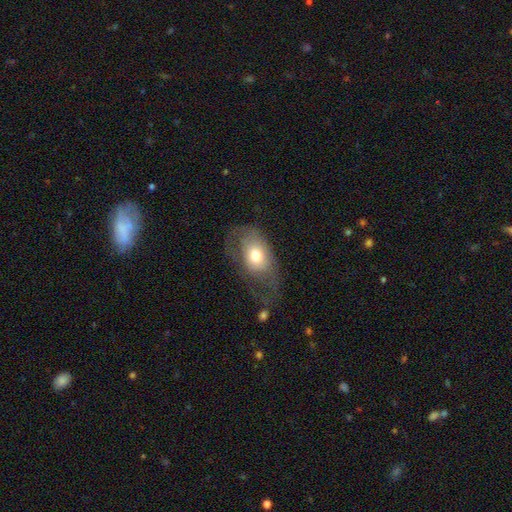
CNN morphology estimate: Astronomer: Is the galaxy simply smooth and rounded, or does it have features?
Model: smooth — 59%.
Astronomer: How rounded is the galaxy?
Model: in between — 84%.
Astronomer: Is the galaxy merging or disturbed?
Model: none — 38% (runner-up: major disturbance, 35%).